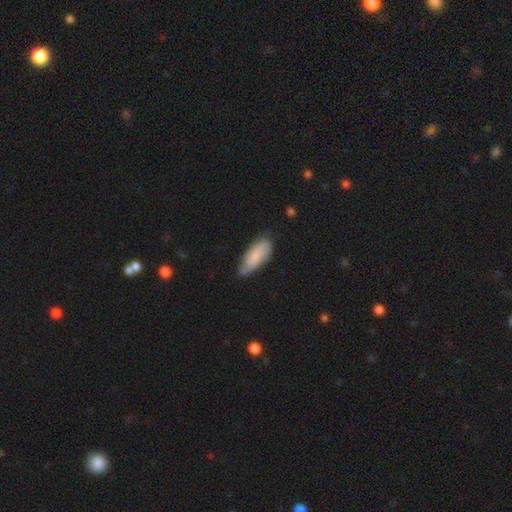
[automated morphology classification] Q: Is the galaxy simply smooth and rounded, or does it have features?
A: smooth — 78%.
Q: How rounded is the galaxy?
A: in between — 74%.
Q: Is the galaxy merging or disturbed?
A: none — 66%.